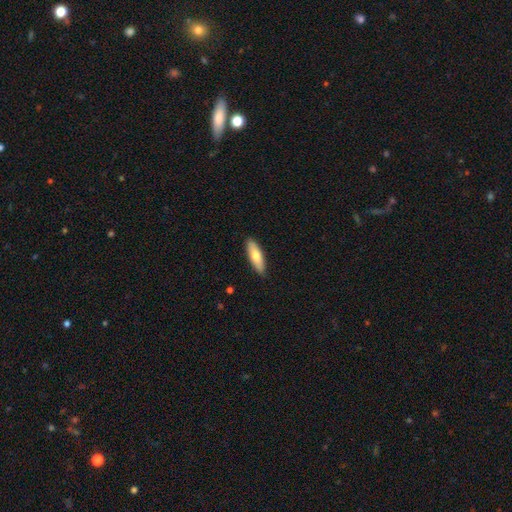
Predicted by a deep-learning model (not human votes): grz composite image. It shows a smooth galaxy with no disk features (71%) that is cigar-shaped (49%, tied with in between). Merging: none (88%).